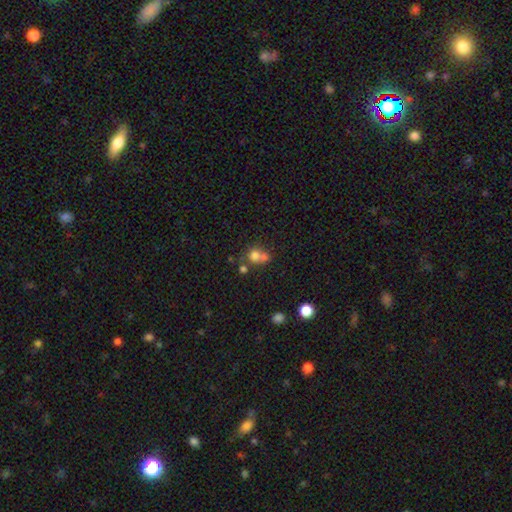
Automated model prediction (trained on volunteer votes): A smooth galaxy with no disk features (71%) that is round (79%). Merging: merger (53%).